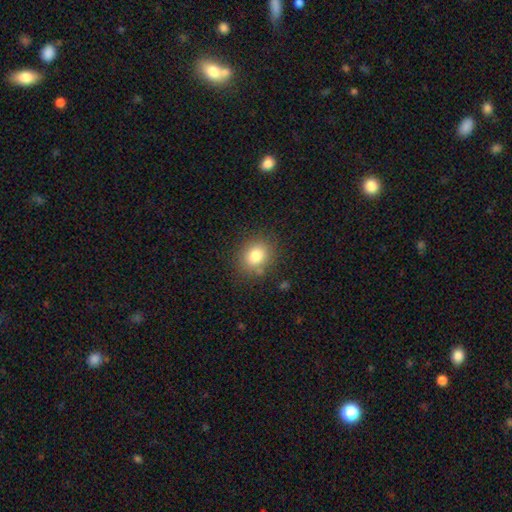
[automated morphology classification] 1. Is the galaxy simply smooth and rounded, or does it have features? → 80% smooth, 11% star or artifact, 8% featured or disk.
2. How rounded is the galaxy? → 67% round, 32% in between, 1% cigar-shaped.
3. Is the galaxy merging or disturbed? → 82% none, 12% minor disturbance, 4% major disturbance, 3% merger.